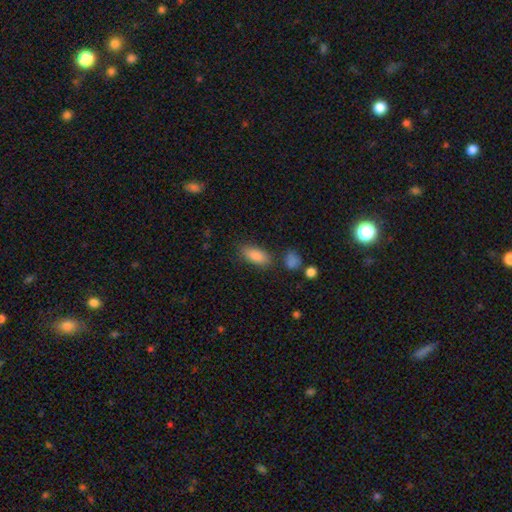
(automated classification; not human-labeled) Morphology: type=smooth (84%); roundness=in between (84%); merging=none (76%).